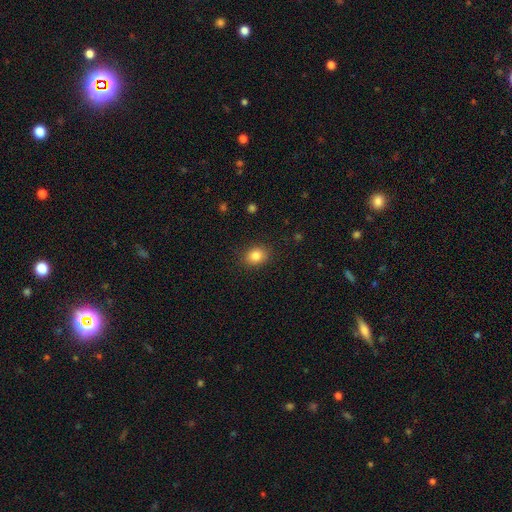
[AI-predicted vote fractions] The model was most divided on "how rounded": round: 52%, in between: 47%, cigar-shaped: 1%. More confident: merging — none (87%); smooth or featured — smooth (84%).